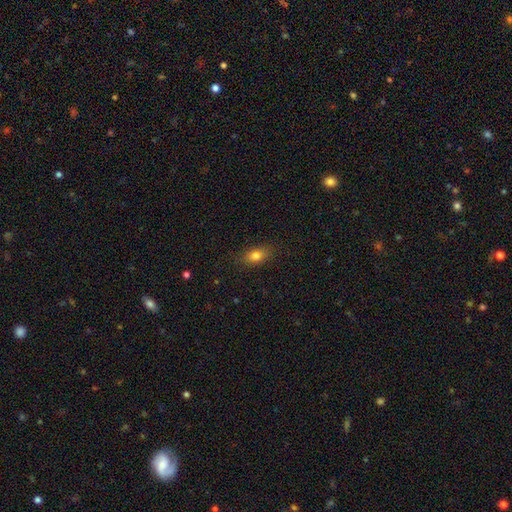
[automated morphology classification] Overall: smooth (81%). How rounded: in between (83%). Merging: none (85%).